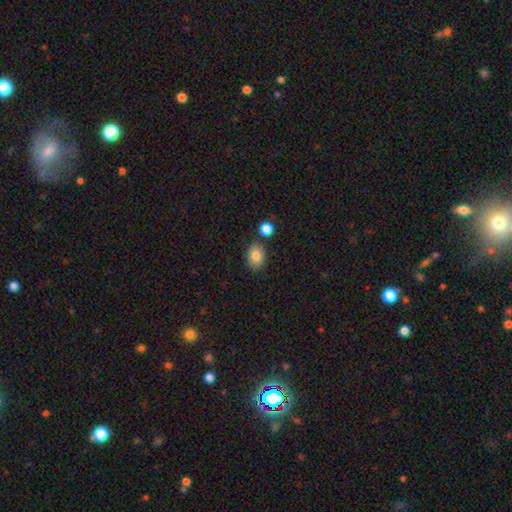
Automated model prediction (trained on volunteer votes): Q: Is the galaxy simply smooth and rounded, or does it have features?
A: smooth — 81%.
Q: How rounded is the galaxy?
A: in between — 75%.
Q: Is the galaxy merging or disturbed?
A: none — 80%.